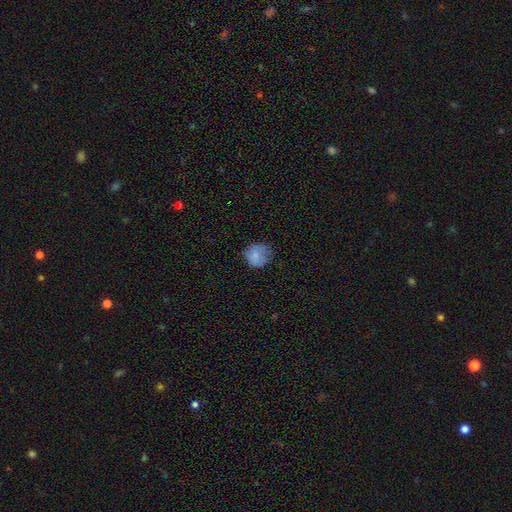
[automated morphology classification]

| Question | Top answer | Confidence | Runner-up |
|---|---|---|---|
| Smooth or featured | smooth | 79% | featured or disk (11%) |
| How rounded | round | 81% | in between (18%) |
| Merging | none | 65% | minor disturbance (25%) |